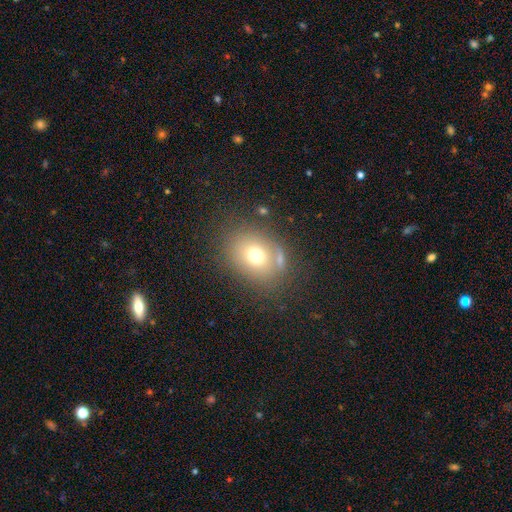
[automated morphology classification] Smooth or featured? smooth (69%)
How rounded? in between (55%)
Merging? none (69%)